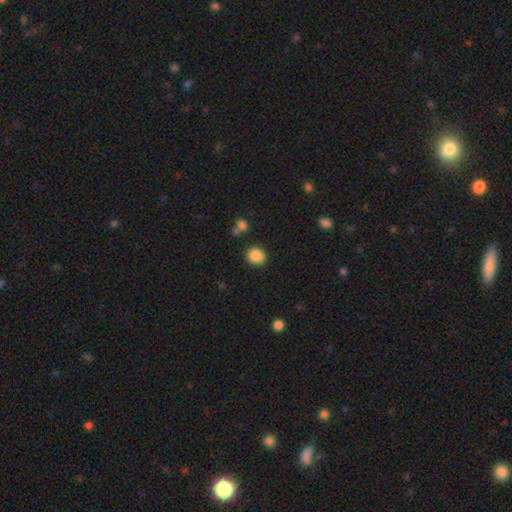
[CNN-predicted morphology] smooth_or_featured: smooth (p=0.87) [alt: star or artifact p=0.09]
how_rounded: round (p=0.70) [alt: in between p=0.29]
merging: none (p=0.82) [alt: minor disturbance p=0.10]